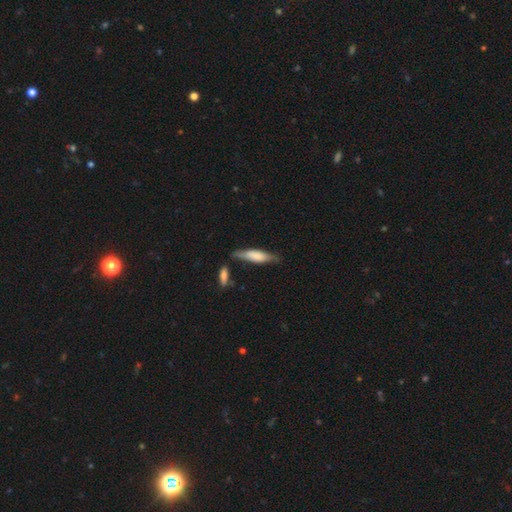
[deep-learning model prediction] Overall: smooth (63%; featured or disk 31%). How rounded: cigar-shaped (68%; in between 30%). Merging: none (65%).